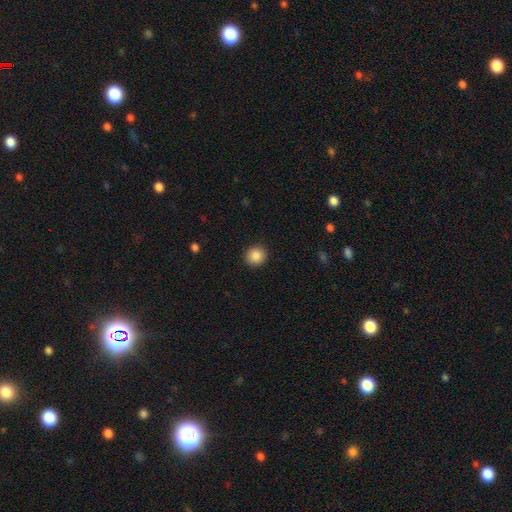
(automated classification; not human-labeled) The model was most divided on "how rounded": round: 88%, in between: 11%, cigar-shaped: 1%. More confident: merging — none (91%); smooth or featured — smooth (87%).